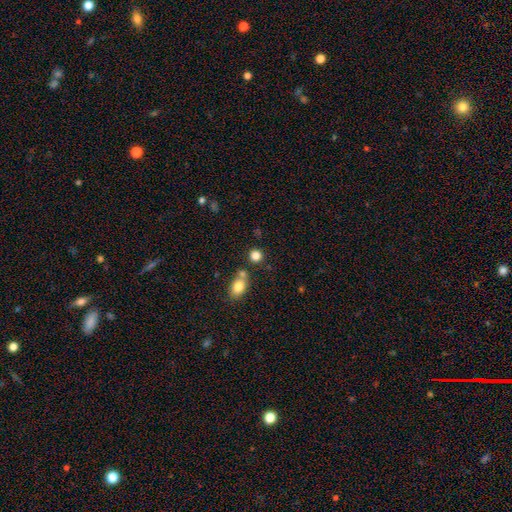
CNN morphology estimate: This is clearly a smooth galaxy (83%). How rounded: clearly round (85%). Merging: likely none (68%).